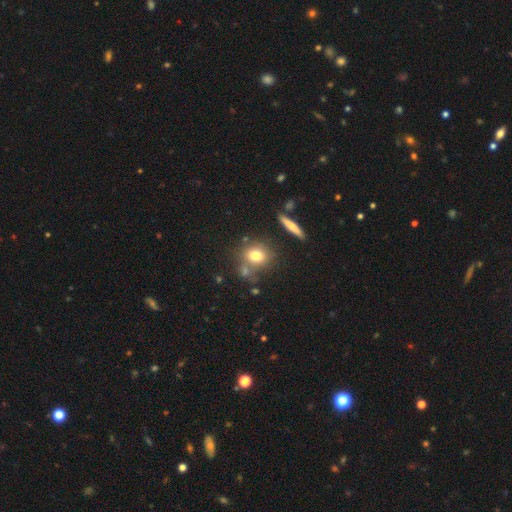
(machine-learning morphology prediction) Q: Smooth or featured?
A: smooth (75%); runner-up: featured or disk (13%)
Q: How rounded?
A: round (65%); runner-up: in between (32%)
Q: Merging?
A: none (67%); runner-up: merger (15%)